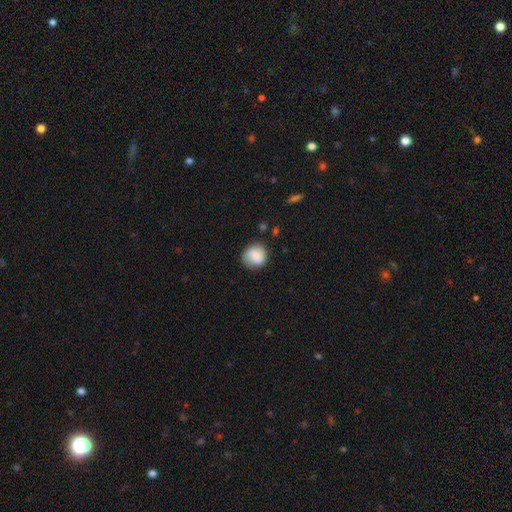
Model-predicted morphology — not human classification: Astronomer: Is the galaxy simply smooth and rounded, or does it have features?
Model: smooth — 63%.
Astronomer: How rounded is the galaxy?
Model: round — 85%.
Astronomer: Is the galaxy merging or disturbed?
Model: none — 76%.